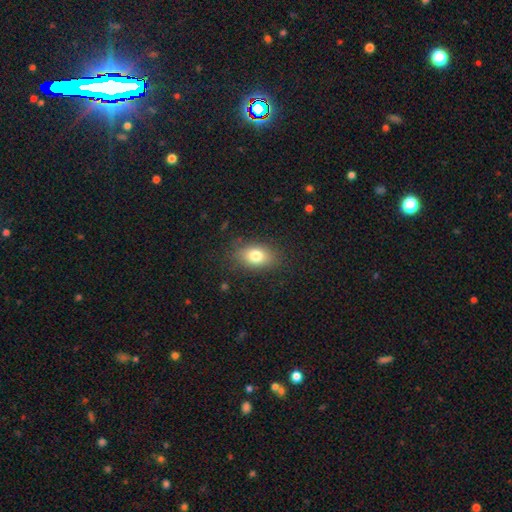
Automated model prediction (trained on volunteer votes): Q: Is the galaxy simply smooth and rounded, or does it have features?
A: smooth — 78%.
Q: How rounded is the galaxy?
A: in between — 79%.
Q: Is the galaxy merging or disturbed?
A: none — 83%.